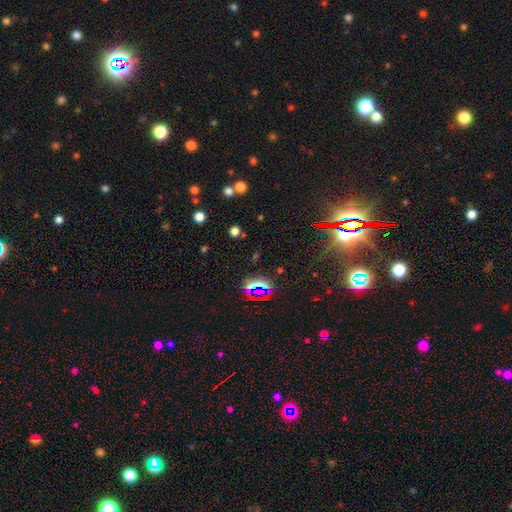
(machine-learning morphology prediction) Overall: star or artifact (71%).